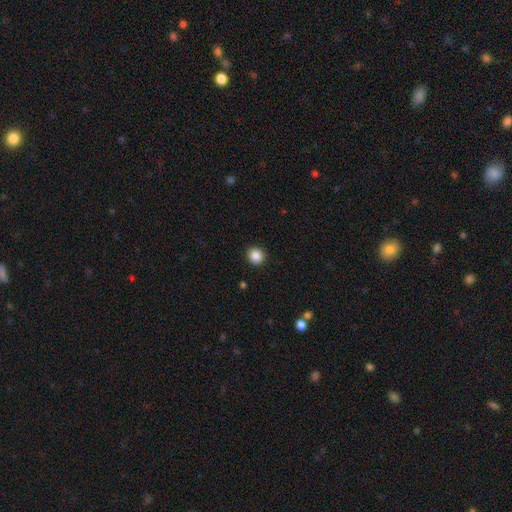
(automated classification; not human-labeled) A smooth galaxy with no disk features (87%) that is round (89%). Merging: none (92%).